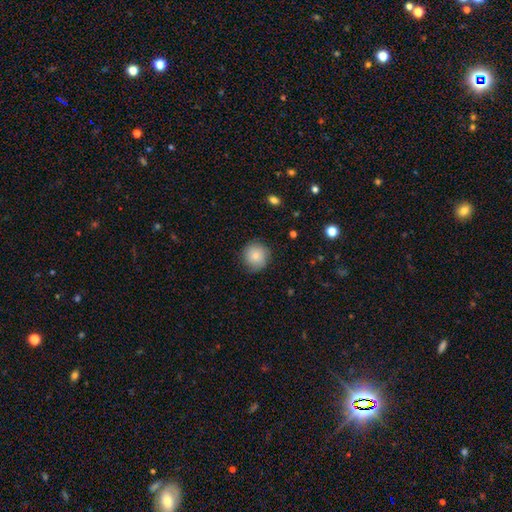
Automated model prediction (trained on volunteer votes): This appears to be a smooth galaxy with no disk features (79%) that is round (91%). Merging: none (78%).